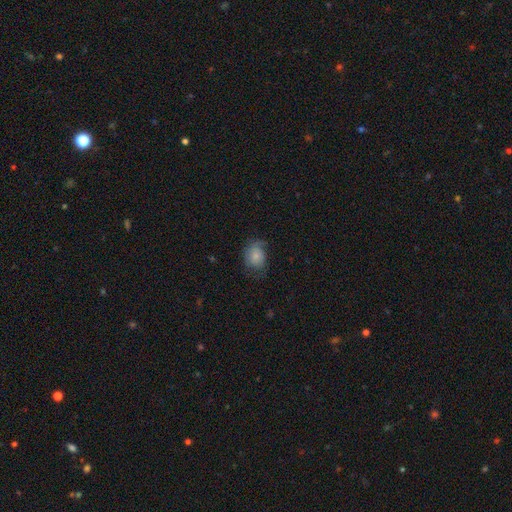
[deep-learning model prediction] smooth 65%, featured or disk 27%, star or artifact 8%. Down the decision tree: how rounded — in between (55%); merging — none (50%).